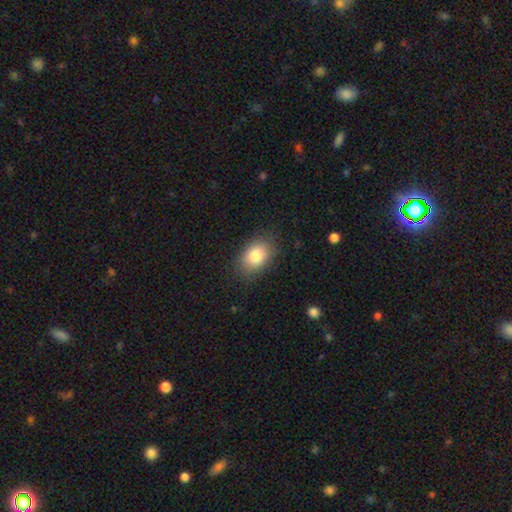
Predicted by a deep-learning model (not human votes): Smooth or featured? Predicted: smooth (p=0.83). How rounded? Predicted: in between (p=0.81). Merging? Predicted: none (p=0.84).